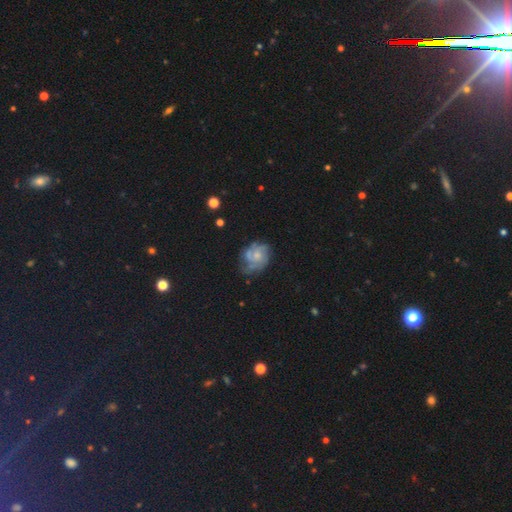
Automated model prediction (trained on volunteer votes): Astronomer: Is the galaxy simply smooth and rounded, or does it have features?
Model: featured or disk — 70%.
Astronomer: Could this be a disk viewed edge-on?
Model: no — 98%.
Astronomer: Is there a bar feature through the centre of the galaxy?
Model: no — 78%.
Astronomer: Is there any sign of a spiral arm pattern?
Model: yes — 83%.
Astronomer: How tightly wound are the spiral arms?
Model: tight — 46% (runner-up: medium, 39%).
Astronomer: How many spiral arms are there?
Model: can't tell — 36% (runner-up: 3, 24%).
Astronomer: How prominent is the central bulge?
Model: small — 49% (runner-up: moderate, 36%).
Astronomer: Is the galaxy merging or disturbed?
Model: none — 55%.